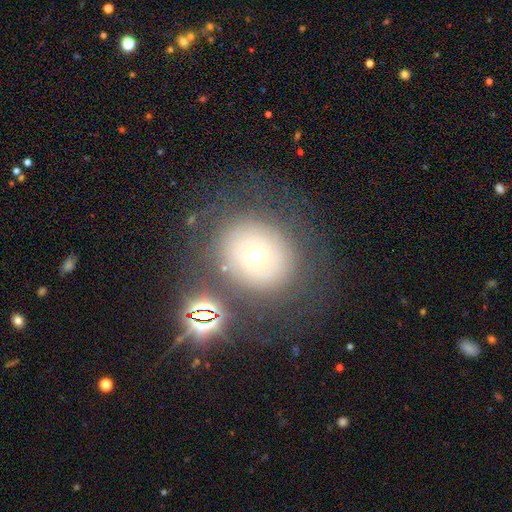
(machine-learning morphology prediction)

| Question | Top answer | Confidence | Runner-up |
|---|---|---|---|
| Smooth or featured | smooth | 51% | featured or disk (30%) |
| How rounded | round | 75% | in between (24%) |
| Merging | none | 69% | minor disturbance (14%) |